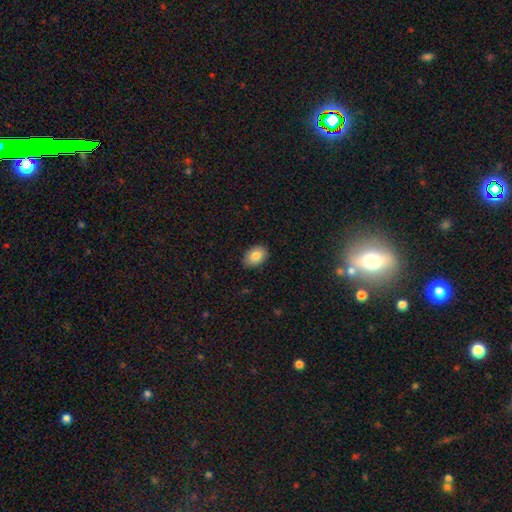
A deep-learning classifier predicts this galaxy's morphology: Smooth or featured: smooth — 84% (featured or disk — 9%)
How rounded: in between — 84% (round — 15%)
Merging: none — 87% (minor disturbance — 10%)